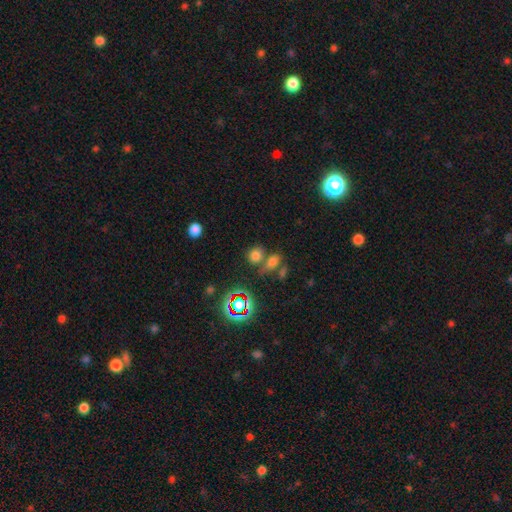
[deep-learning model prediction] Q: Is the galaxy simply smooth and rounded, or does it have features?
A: smooth — 68%.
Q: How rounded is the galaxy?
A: round — 66%.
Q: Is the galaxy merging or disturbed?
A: none — 54%.